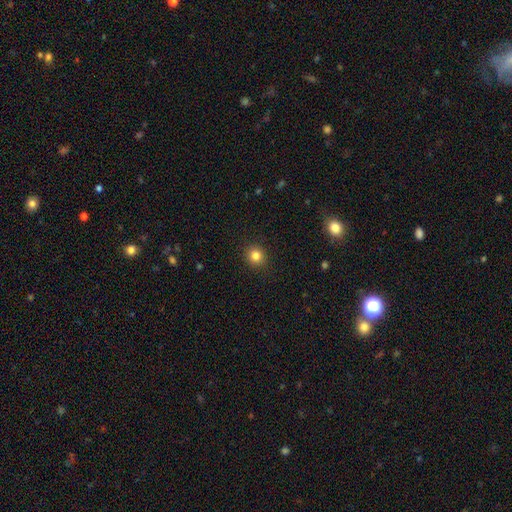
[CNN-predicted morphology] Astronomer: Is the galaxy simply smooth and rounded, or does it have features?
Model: smooth — 83%.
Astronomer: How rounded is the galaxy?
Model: round — 86%.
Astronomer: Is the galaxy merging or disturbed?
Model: none — 91%.